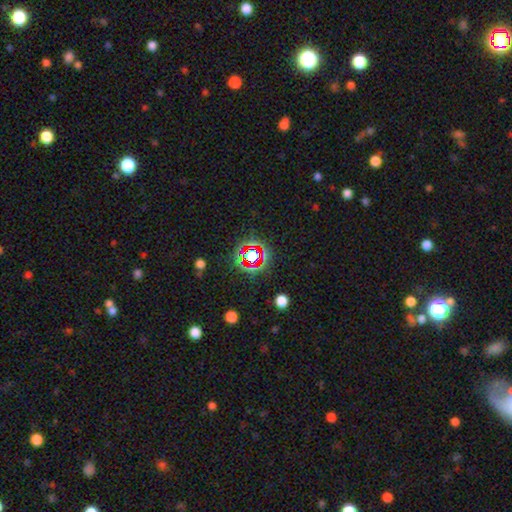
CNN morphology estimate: The model was most divided on "smooth or featured": star or artifact: 70%, smooth: 19%, featured or disk: 11%.